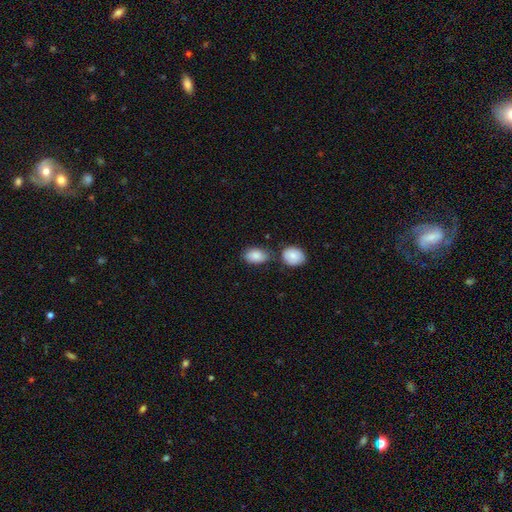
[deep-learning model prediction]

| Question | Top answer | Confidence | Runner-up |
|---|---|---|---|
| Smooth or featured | smooth | 86% | featured or disk (7%) |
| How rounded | in between | 88% | round (10%) |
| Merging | none | 61% | minor disturbance (18%) |